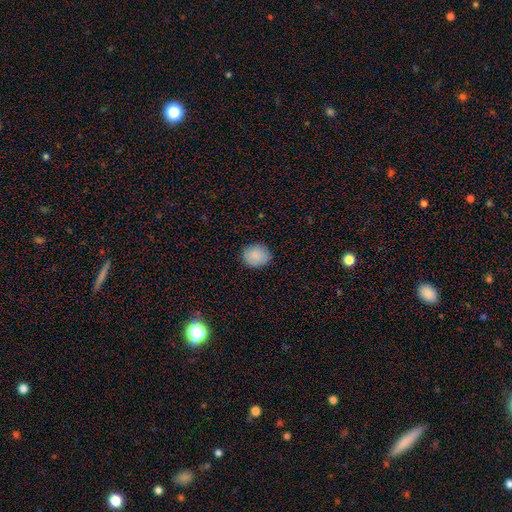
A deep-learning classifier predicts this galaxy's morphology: smooth 87%, star or artifact 8%, featured or disk 5%. Down the decision tree: how rounded — round (66%); merging — none (85%).